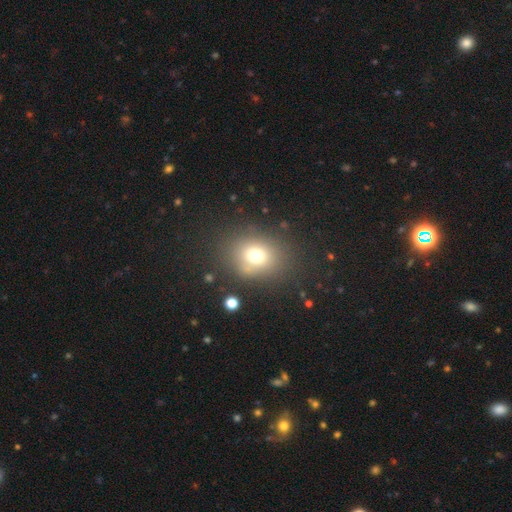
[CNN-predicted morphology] Smooth or featured: smooth — 71% (star or artifact — 16%)
How rounded: round — 63% (in between — 37%)
Merging: none — 77% (minor disturbance — 12%)